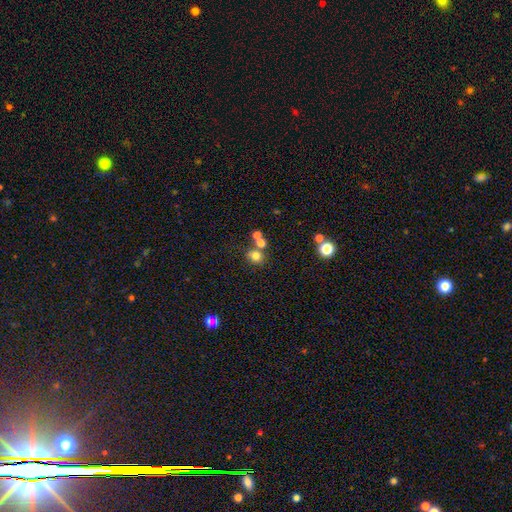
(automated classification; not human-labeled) smooth-or-featured: smooth: 76% | star or artifact: 15% | featured or disk: 9%
  how-rounded: round: 73% | in between: 26% | cigar-shaped: 1%
  merging: none: 61% | merger: 24% | minor disturbance: 10% | major disturbance: 4%